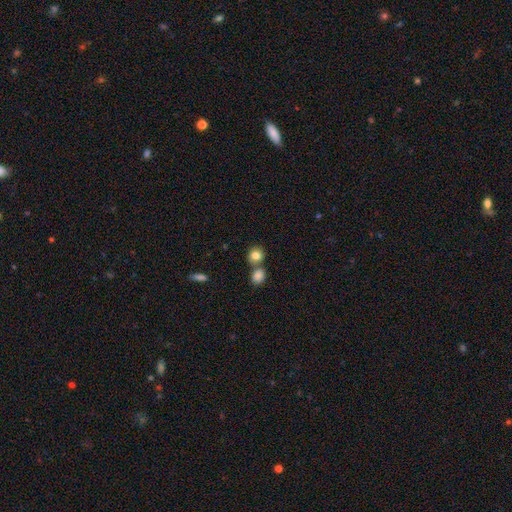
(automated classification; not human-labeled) smooth 83%, star or artifact 9%, featured or disk 7%. Down the decision tree: how rounded — round (75%); merging — none (51%).